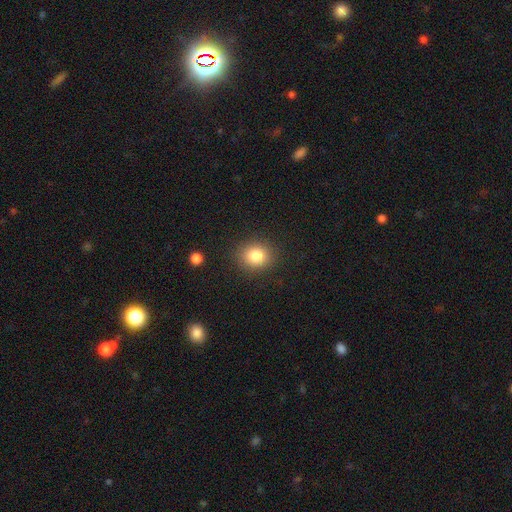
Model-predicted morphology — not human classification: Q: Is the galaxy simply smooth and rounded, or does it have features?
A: smooth — 82%.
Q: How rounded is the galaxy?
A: round — 69%.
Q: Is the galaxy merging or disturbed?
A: none — 88%.